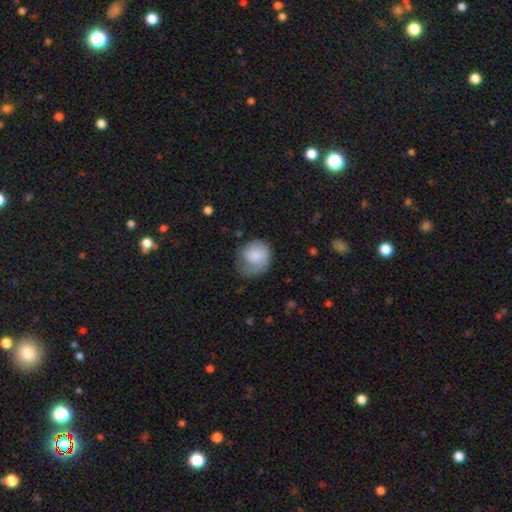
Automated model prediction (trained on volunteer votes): This appears to be a smooth galaxy with no disk features (70%) that is round (76%). Merging: none (46%).